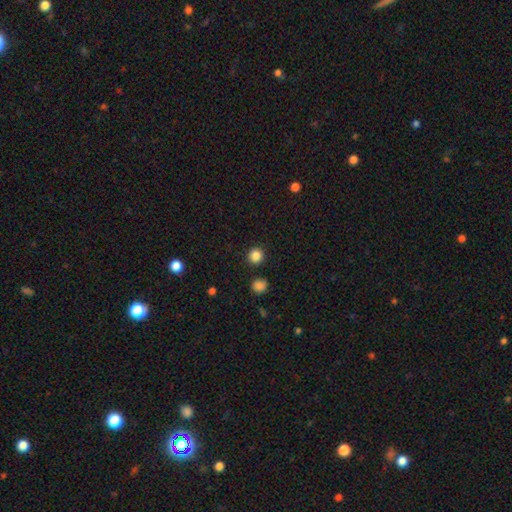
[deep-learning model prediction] Smooth or featured? Predicted: smooth (p=0.86). How rounded? Predicted: round (p=0.93). Merging? Predicted: none (p=0.90).